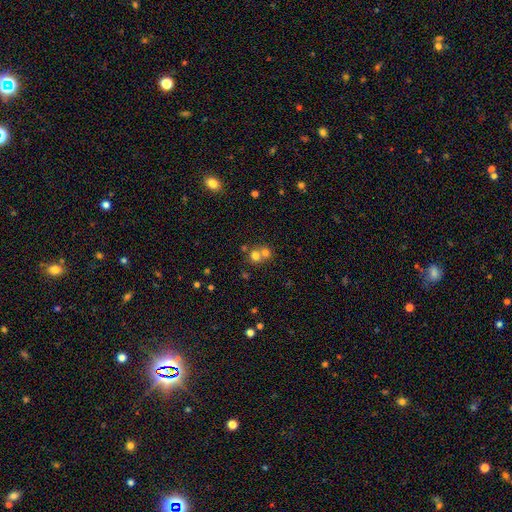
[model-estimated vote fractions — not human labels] Morphology: type=smooth (70%); roundness=round (83%); merging=merger (54%).